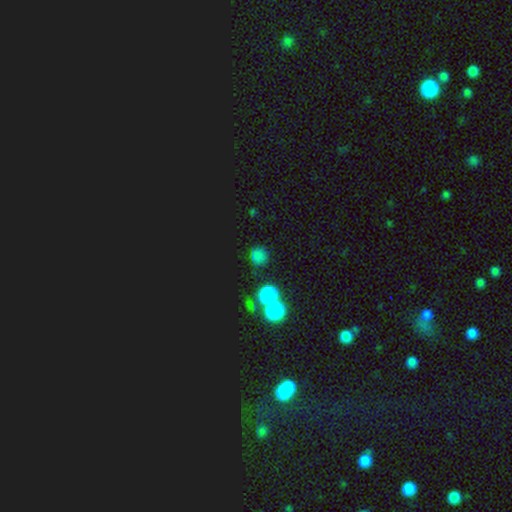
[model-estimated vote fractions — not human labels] Smooth or featured?
  - smooth: 60% *
  - star or artifact: 34%
  - featured or disk: 6%
How rounded?
  - round: 89% *
  - in between: 10%
  - cigar-shaped: 1%
Merging?
  - none: 76% *
  - merger: 10%
  - minor disturbance: 10%
  - major disturbance: 5%